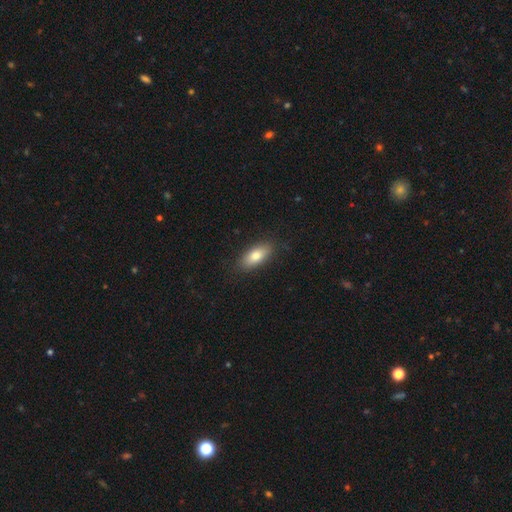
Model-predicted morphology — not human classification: Smooth or featured? Predicted: smooth (p=0.79). How rounded? Predicted: in between (p=0.84). Merging? Predicted: none (p=0.86).